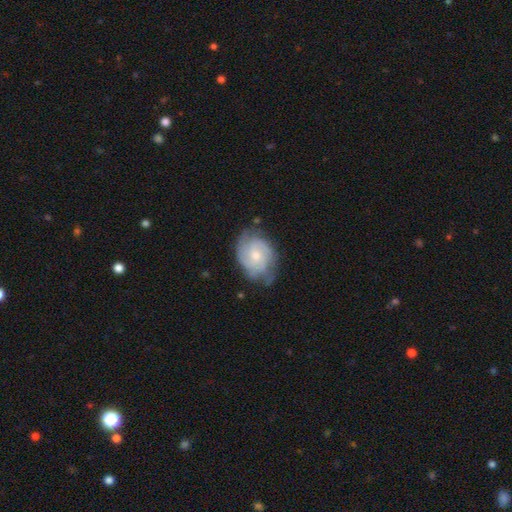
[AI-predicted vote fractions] smooth_or_featured: featured or disk (p=0.77) [alt: smooth p=0.17]
disk_edge_on: no (p=0.97) [alt: yes p=0.03]
bar: no (p=0.67) [alt: weak p=0.30]
has_spiral_arms: yes (p=0.94) [alt: no p=0.06]
spiral_winding: tight (p=0.55) [alt: medium p=0.37]
spiral_arm_count: can't tell (p=0.28) [tied with: 3 p=0.28]
bulge_size: small (p=0.53) [alt: moderate p=0.42]
merging: none (p=0.68) [alt: minor disturbance p=0.23]